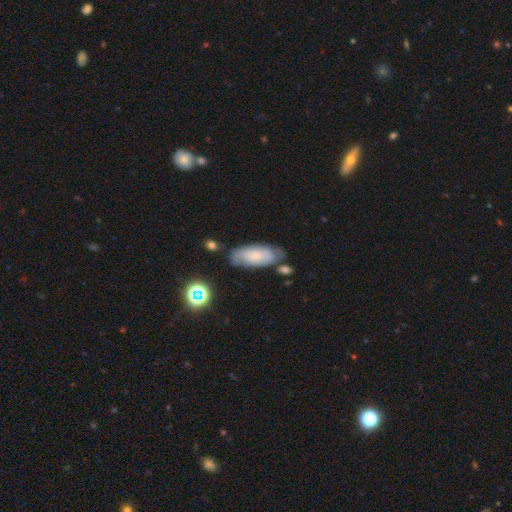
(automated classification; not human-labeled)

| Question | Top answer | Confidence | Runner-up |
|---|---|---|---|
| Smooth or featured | smooth | 55% | featured or disk (35%) |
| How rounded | in between | 82% | cigar-shaped (16%) |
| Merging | none | 62% | minor disturbance (23%) |